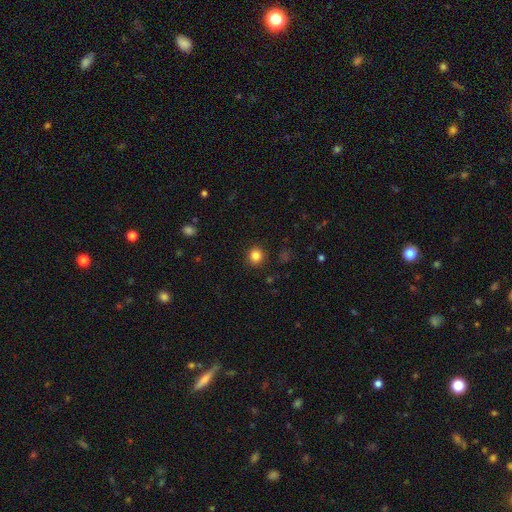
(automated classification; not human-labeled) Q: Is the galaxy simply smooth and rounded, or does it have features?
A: smooth — 84%.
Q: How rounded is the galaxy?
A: round — 91%.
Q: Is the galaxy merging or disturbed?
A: none — 91%.